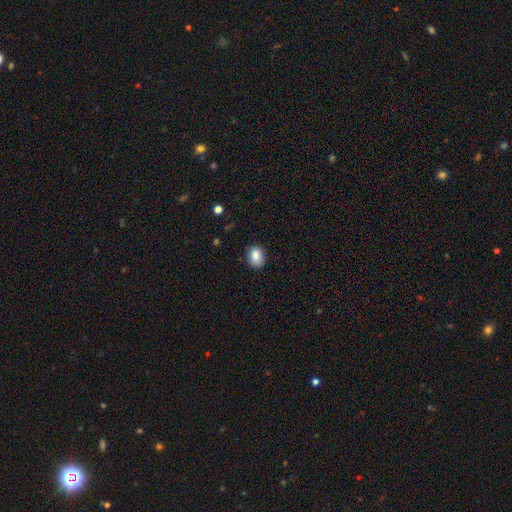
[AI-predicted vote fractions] Smooth or featured? smooth (86%)
How rounded? in between (60%)
Merging? none (85%)